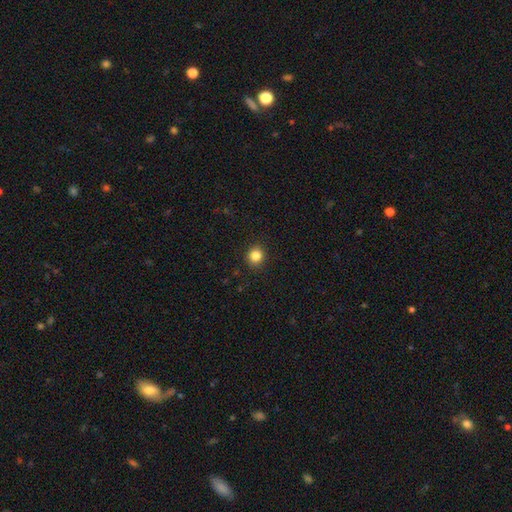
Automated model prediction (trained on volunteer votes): A smooth galaxy with no disk features (84%) that is round (90%). Merging: none (91%).